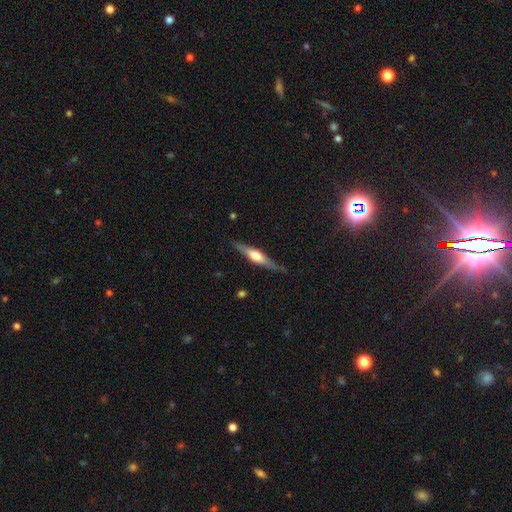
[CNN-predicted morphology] A featured or disk galaxy (67%) viewed edge-on (96%) with a rounded central bulge (83%). Merging: none (83%).